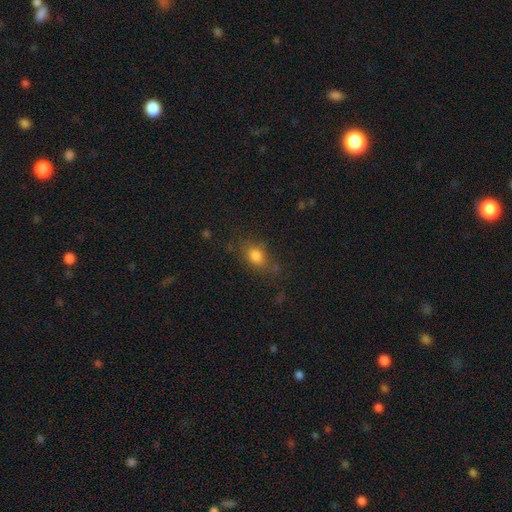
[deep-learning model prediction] Q: Smooth or featured?
A: smooth (77%); runner-up: star or artifact (12%)
Q: How rounded?
A: in between (69%); runner-up: round (27%)
Q: Merging?
A: none (62%); runner-up: minor disturbance (23%)